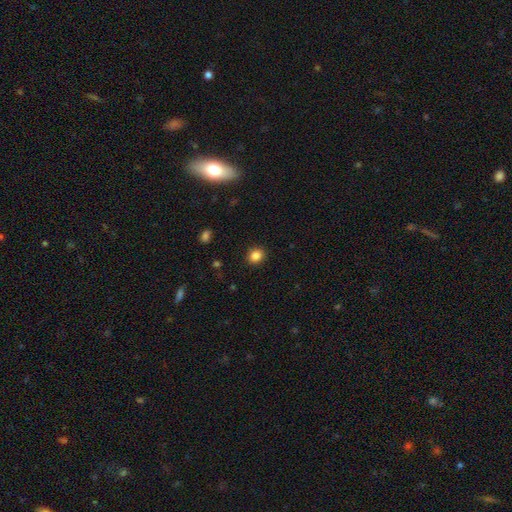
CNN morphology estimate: A smooth galaxy with no disk features (85%) that is round (71%).

Vote fractions:
- Smooth or featured? smooth: 85% / star or artifact: 10% / featured or disk: 4%
- How rounded? round: 71% / in between: 28% / cigar-shaped: 1%
- Merging? none: 91% / minor disturbance: 6% / major disturbance: 2% / merger: 1%